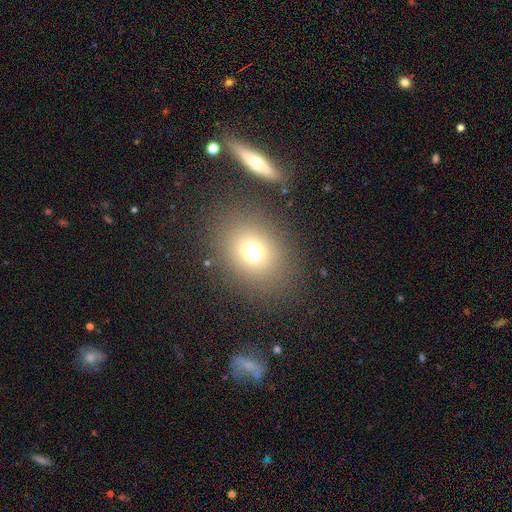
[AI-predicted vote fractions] This is likely a smooth galaxy (71%). How rounded: possibly round (60%). Merging: likely none (76%).